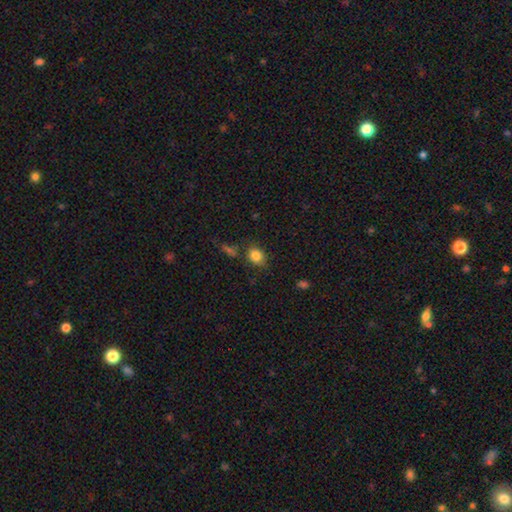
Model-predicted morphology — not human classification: type=smooth (83%); roundness=round (50%); merging=none (75%).